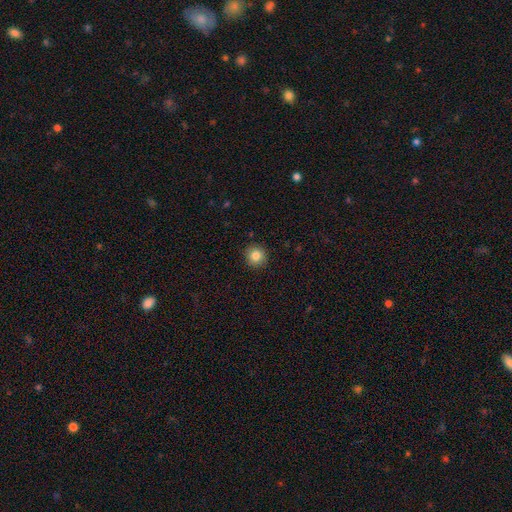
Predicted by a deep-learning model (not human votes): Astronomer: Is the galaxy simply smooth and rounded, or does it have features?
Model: smooth — 84%.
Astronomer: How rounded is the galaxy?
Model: round — 93%.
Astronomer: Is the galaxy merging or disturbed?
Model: none — 92%.